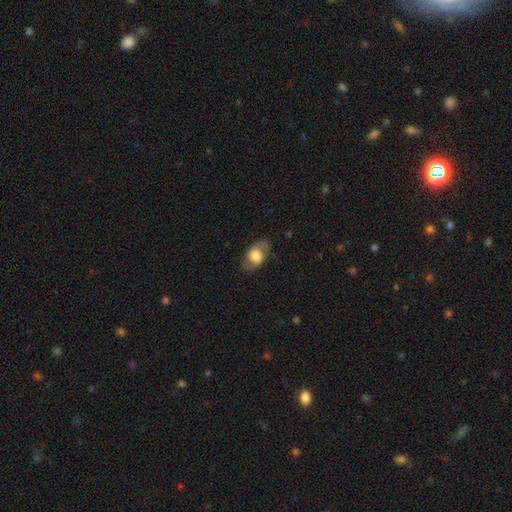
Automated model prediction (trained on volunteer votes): A smooth galaxy with no disk features (62%) that is in between round and cigar-shaped (84%).

Vote fractions:
- Smooth or featured? smooth: 62% / featured or disk: 31% / star or artifact: 7%
- How rounded? in between: 84% / round: 14% / cigar-shaped: 2%
- Merging? none: 77% / minor disturbance: 15% / major disturbance: 7% / merger: 1%